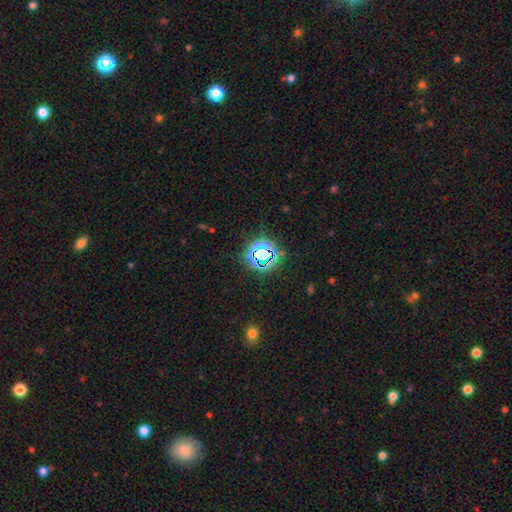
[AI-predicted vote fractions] smooth_or_featured: star or artifact (p=0.77) [alt: smooth p=0.14]